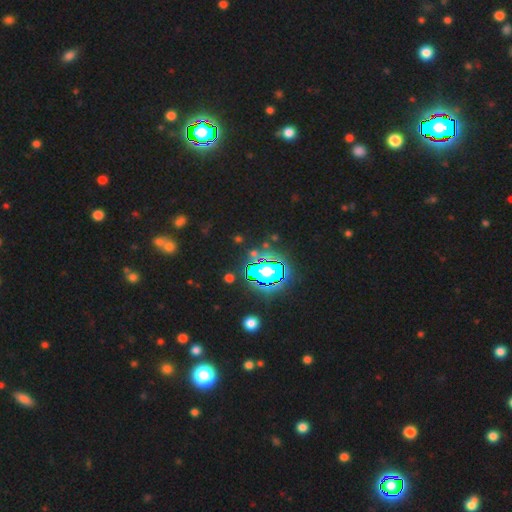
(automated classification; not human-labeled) This appears to be a star or artifact, not a galaxy (74%).